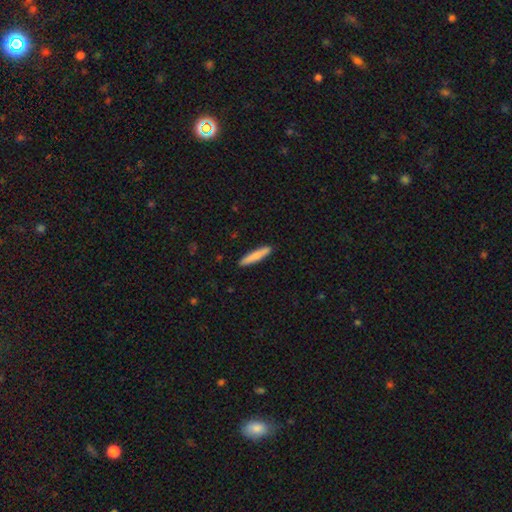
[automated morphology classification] A smooth galaxy with no disk features (79%) that is cigar-shaped (90%).

Vote fractions:
- Smooth or featured? smooth: 79% / featured or disk: 16% / star or artifact: 5%
- How rounded? cigar-shaped: 90% / in between: 8% / round: 1%
- Merging? none: 90% / minor disturbance: 7% / major disturbance: 1% / merger: 1%